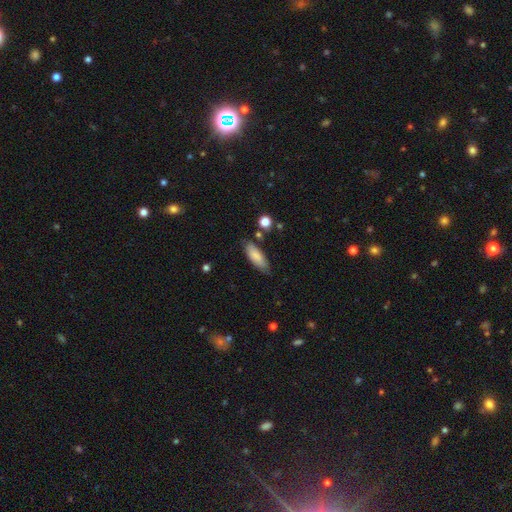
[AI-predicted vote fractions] Smooth or featured?
  - smooth: 81% *
  - featured or disk: 13%
  - star or artifact: 6%
How rounded?
  - in between: 68% *
  - cigar-shaped: 31%
  - round: 2%
Merging?
  - none: 74% *
  - minor disturbance: 19%
  - major disturbance: 4%
  - merger: 3%